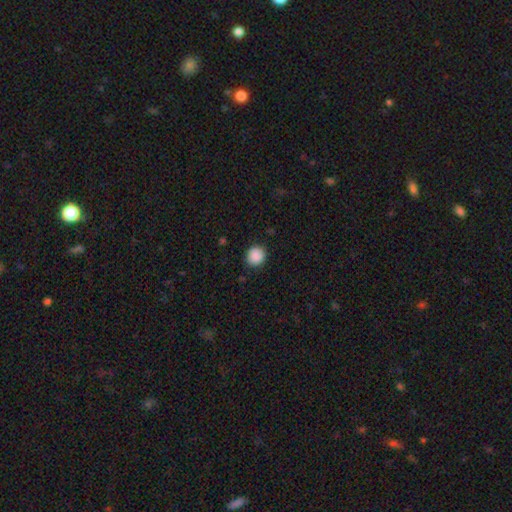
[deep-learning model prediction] Smooth or featured: smooth — 89% (star or artifact — 8%)
How rounded: round — 84% (in between — 15%)
Merging: none — 88% (minor disturbance — 9%)